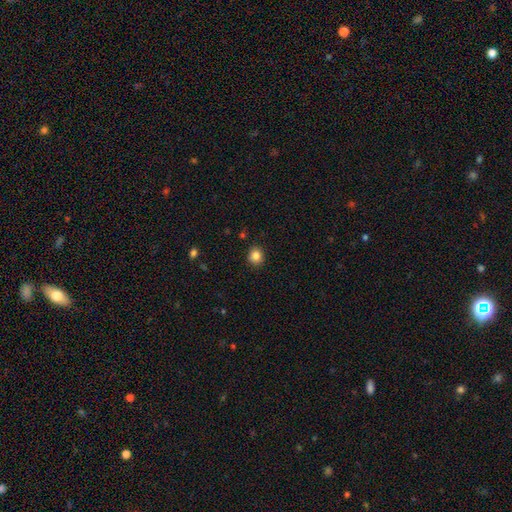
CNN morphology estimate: Smooth or featured: smooth — 85% (star or artifact — 11%)
How rounded: round — 83% (in between — 16%)
Merging: none — 89% (minor disturbance — 8%)